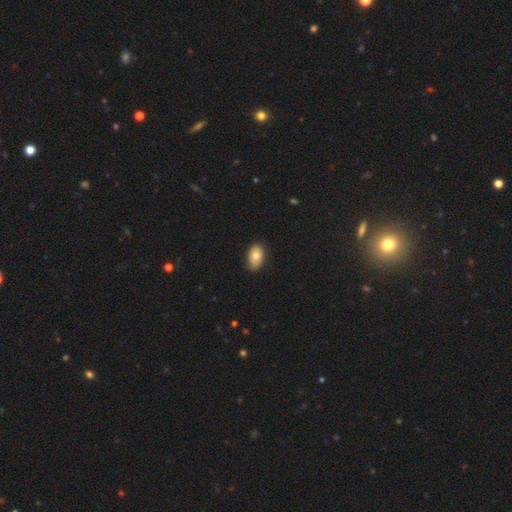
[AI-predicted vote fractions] smooth-or-featured: smooth: 80% | featured or disk: 13% | star or artifact: 7%
  how-rounded: in between: 92% | round: 7% | cigar-shaped: 1%
  merging: none: 83% | minor disturbance: 14% | major disturbance: 2% | merger: 1%